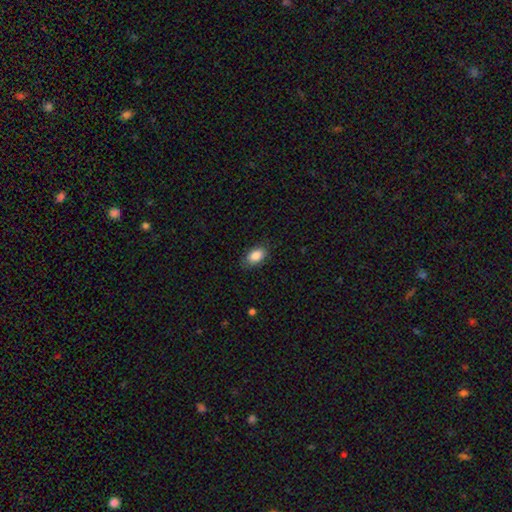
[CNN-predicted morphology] Smooth or featured: smooth — 87% (star or artifact — 7%)
How rounded: in between — 88% (round — 10%)
Merging: none — 82% (minor disturbance — 14%)